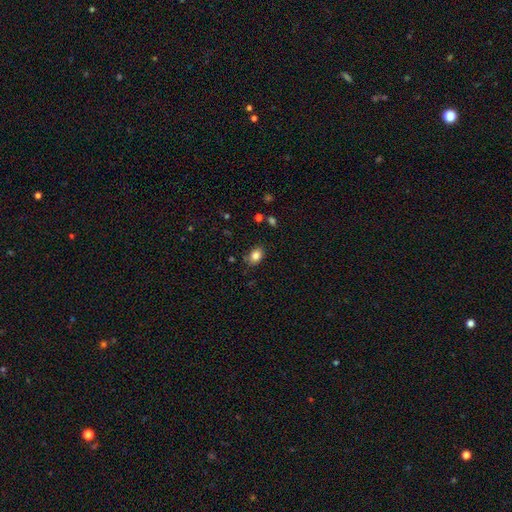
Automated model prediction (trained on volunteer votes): smooth-or-featured: smooth: 84% | star or artifact: 10% | featured or disk: 6%
  how-rounded: in between: 76% | round: 23% | cigar-shaped: 1%
  merging: none: 81% | minor disturbance: 13% | major disturbance: 3% | merger: 2%